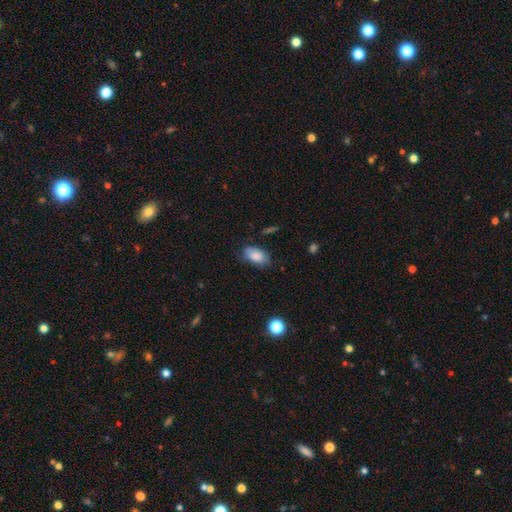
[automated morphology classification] Smooth or featured? Predicted: smooth (p=0.85). How rounded? Predicted: in between (p=0.92). Merging? Predicted: none (p=0.70).